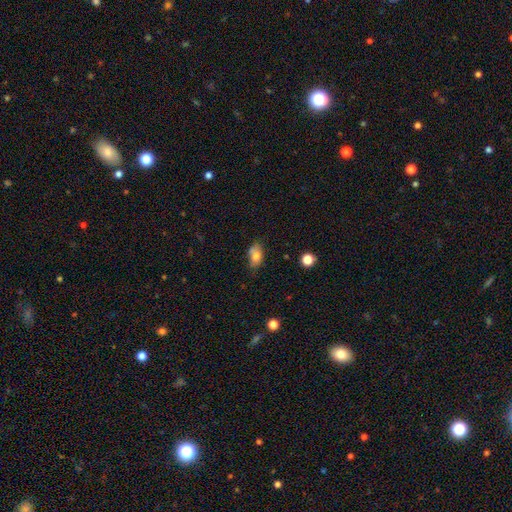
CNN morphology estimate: Smooth or featured: smooth — 76% (featured or disk — 15%)
How rounded: in between — 89% (round — 7%)
Merging: none — 60% (minor disturbance — 27%)